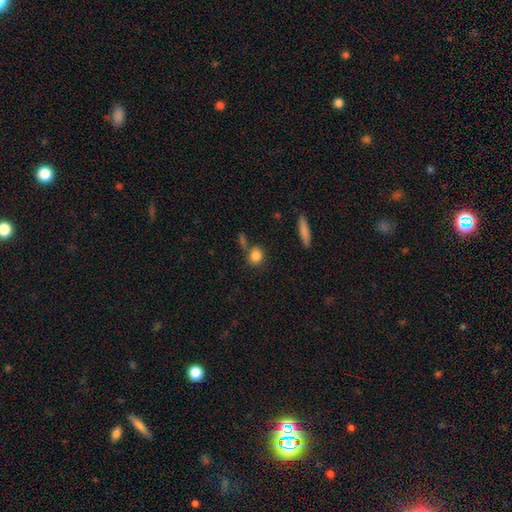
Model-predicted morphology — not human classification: smooth_or_featured: smooth (p=0.84) [alt: star or artifact p=0.09]
how_rounded: round (p=0.66) [alt: in between p=0.30]
merging: none (p=0.69) [alt: merger p=0.14]